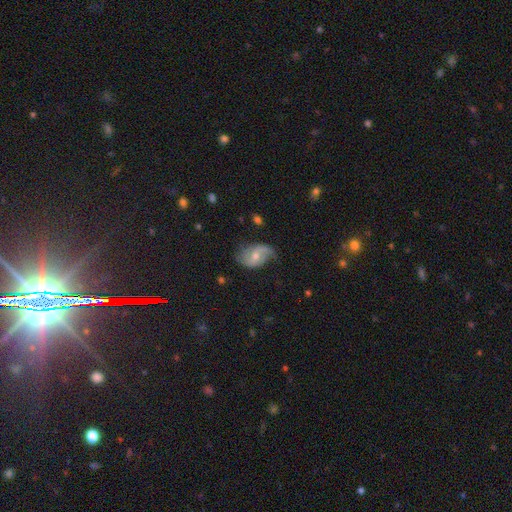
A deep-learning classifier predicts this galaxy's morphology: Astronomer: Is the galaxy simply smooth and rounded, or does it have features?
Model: featured or disk — 67%.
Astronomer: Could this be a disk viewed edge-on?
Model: no — 96%.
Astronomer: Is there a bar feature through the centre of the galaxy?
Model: weak — 46% (runner-up: no, 40%).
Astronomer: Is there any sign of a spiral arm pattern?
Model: yes — 87%.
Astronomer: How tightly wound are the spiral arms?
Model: loose — 49% (runner-up: medium, 36%).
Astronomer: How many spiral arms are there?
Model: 2 — 81%.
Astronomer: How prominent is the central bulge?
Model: moderate — 58% (runner-up: small, 36%).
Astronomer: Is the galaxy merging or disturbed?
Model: none — 59%.